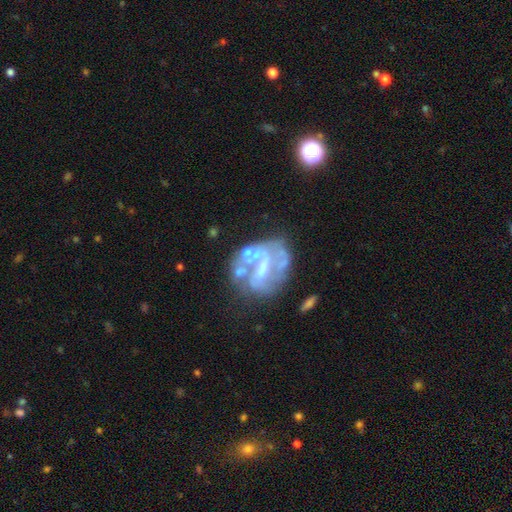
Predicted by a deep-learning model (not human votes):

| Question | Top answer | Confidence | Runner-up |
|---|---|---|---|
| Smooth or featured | featured or disk | 73% | smooth (16%) |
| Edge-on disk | no | 98% | yes (2%) |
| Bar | no | 50% | weak (29%) |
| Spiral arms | no | 64% | yes (36%) |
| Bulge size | none | 40% | moderate (31%) |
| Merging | none | 37% | major disturbance (26%) |